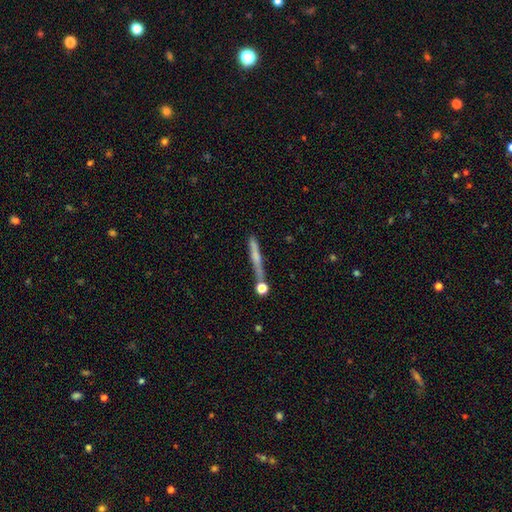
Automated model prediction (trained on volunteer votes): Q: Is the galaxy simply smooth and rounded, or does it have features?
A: smooth — 49%.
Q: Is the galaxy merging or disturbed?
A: none — 66%.